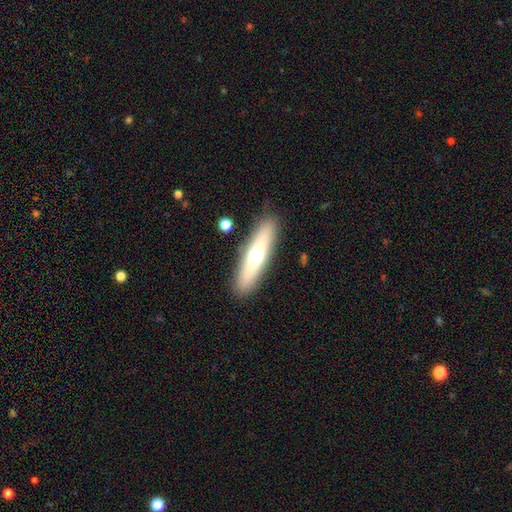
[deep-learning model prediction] The model was most divided on "smooth or featured": smooth: 54%, featured or disk: 40%, star or artifact: 7%. More confident: merging — none (88%); how rounded — cigar-shaped (74%).